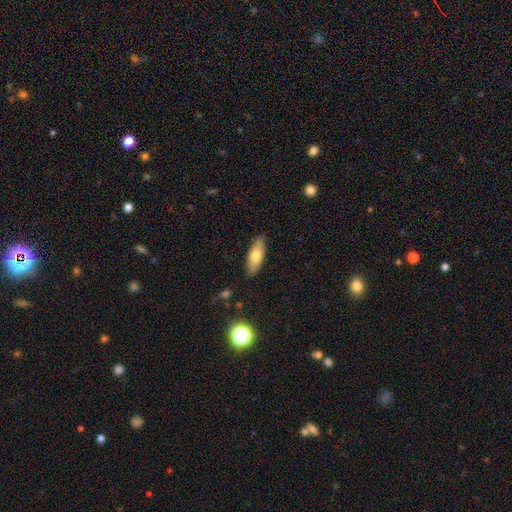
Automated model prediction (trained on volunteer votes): Morphology: type=smooth (70%); roundness=in between (65%); merging=none (88%).